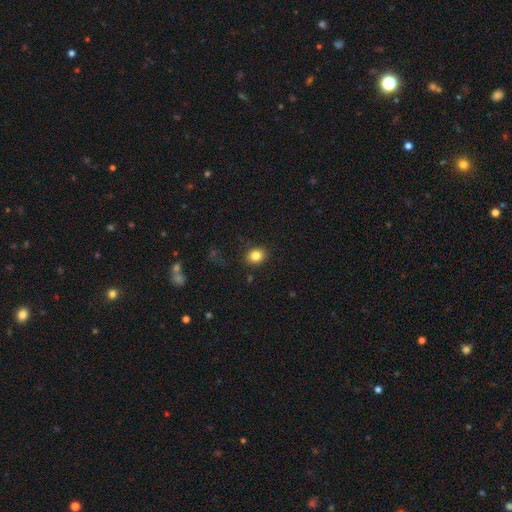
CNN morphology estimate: type=smooth (83%); roundness=round (65%); merging=none (86%).